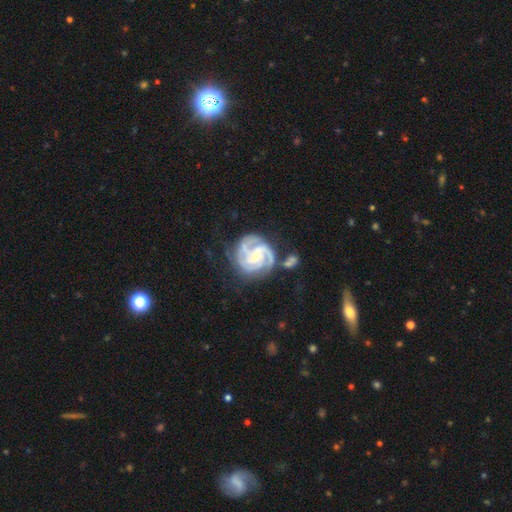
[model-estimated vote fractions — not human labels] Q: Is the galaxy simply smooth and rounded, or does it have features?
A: featured or disk — 91%.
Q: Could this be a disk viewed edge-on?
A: no — 98%.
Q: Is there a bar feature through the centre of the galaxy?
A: no — 53%.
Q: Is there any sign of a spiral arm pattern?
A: yes — 98%.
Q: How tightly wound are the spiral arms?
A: tight — 59%.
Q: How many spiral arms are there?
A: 3 — 54%.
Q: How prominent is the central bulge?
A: small — 59%.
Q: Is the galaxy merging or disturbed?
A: none — 60%.